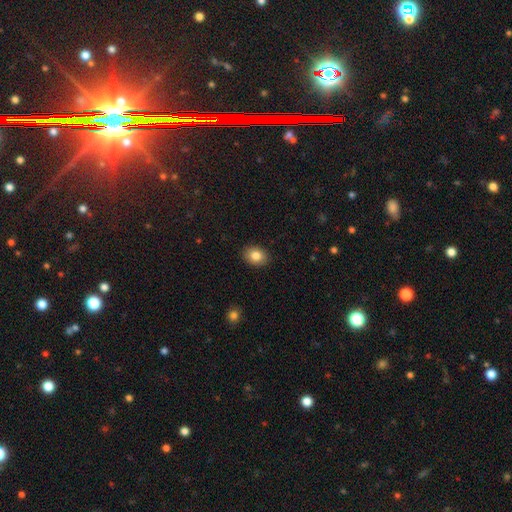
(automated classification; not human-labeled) Q: Smooth or featured?
A: smooth (84%); runner-up: star or artifact (9%)
Q: How rounded?
A: in between (60%); runner-up: round (39%)
Q: Merging?
A: none (90%); runner-up: minor disturbance (7%)